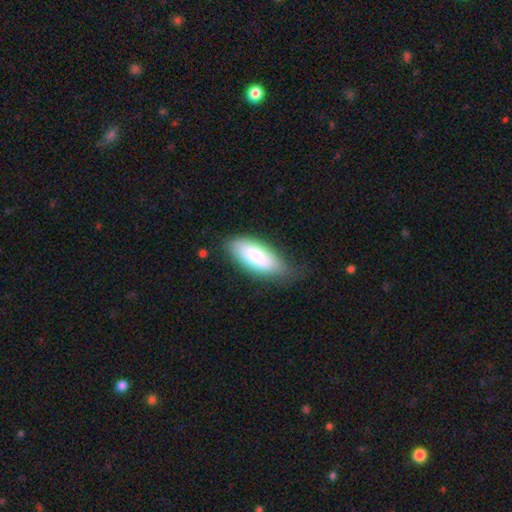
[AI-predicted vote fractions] Overall: smooth (80%). How rounded: in between (81%). Merging: none (66%; minor disturbance 27%).